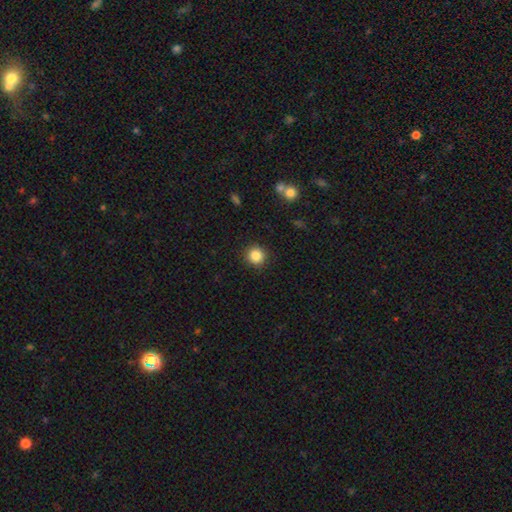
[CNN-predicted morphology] A smooth galaxy with no disk features (86%) that is round (93%).

Vote fractions:
- Smooth or featured? smooth: 86% / star or artifact: 10% / featured or disk: 4%
- How rounded? round: 93% / in between: 6% / cigar-shaped: 1%
- Merging? none: 91% / minor disturbance: 6% / major disturbance: 2% / merger: 1%